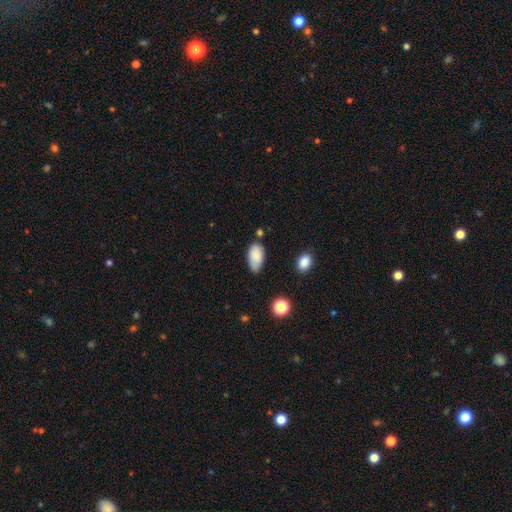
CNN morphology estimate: The model was most divided on "merging": none: 61%, minor disturbance: 30%, major disturbance: 5%, merger: 4%. More confident: how rounded — in between (94%); smooth or featured — smooth (85%).